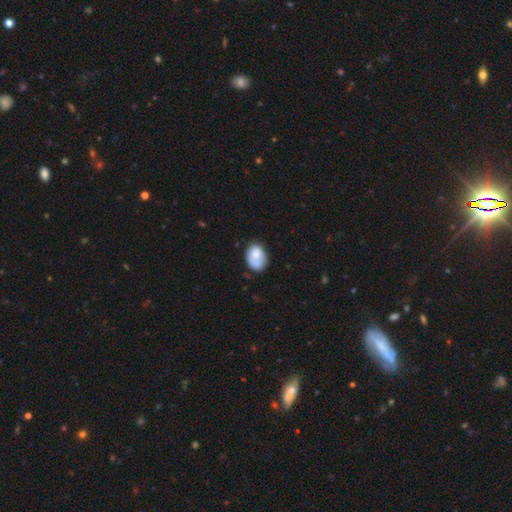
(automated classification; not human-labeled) smooth_or_featured: smooth (p=0.70) [alt: featured or disk p=0.23]
how_rounded: in between (p=0.74) [alt: round p=0.25]
merging: none (p=0.50) [alt: minor disturbance p=0.27]